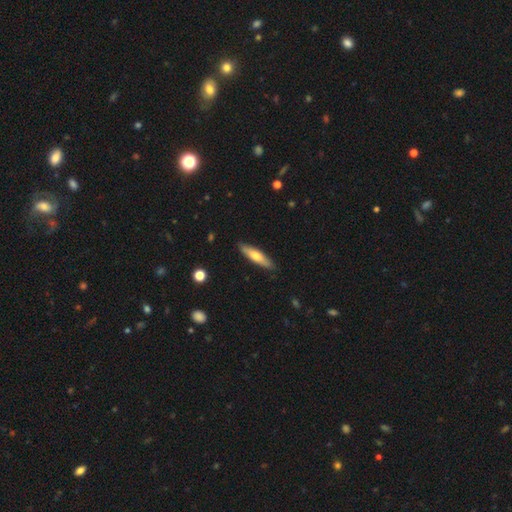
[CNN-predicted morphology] Smooth or featured: smooth — 59% (featured or disk — 35%)
How rounded: cigar-shaped — 77% (in between — 21%)
Merging: none — 88% (minor disturbance — 9%)